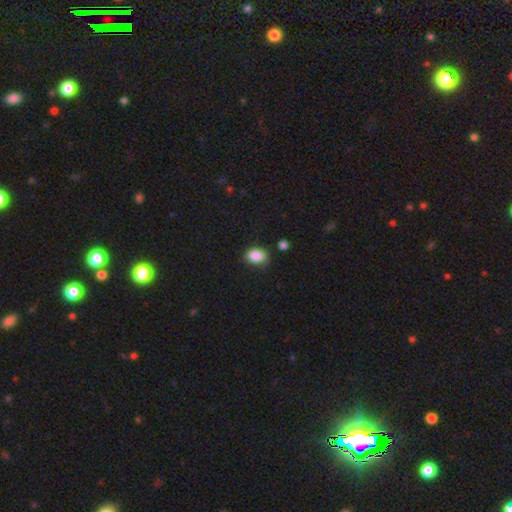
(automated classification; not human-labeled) This appears to be a smooth galaxy with no disk features (87%) that is in between round and cigar-shaped (73%). Merging: none (74%).